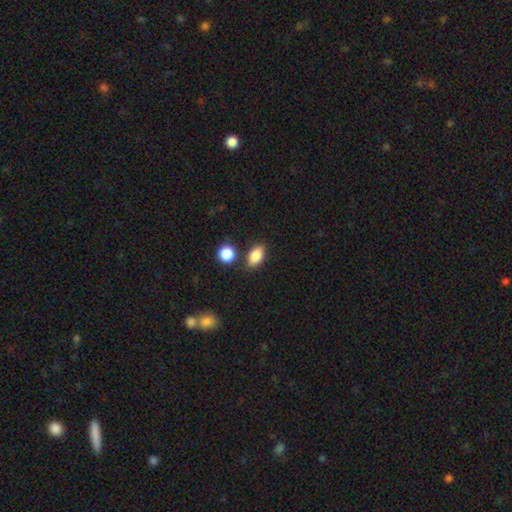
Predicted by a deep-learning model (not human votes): Q: Smooth or featured?
A: smooth (84%); runner-up: star or artifact (8%)
Q: How rounded?
A: in between (86%); runner-up: round (10%)
Q: Merging?
A: none (77%); runner-up: minor disturbance (12%)